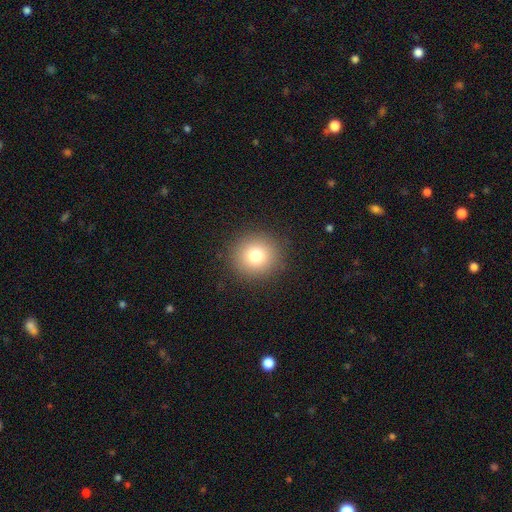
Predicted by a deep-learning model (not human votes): Smooth or featured? smooth (78%)
How rounded? round (92%)
Merging? none (90%)